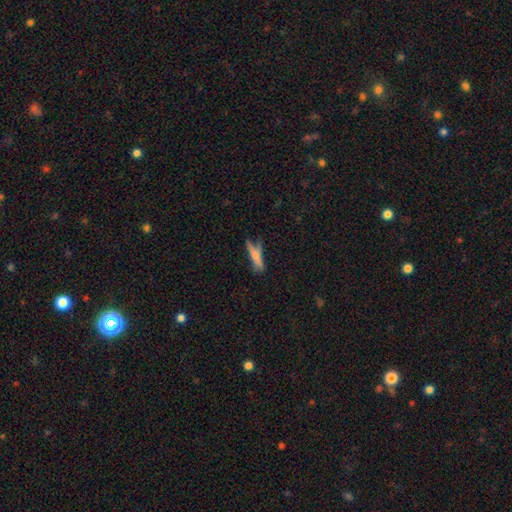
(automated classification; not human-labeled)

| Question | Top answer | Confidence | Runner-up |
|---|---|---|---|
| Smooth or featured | smooth | 64% | featured or disk (26%) |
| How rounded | cigar-shaped | 76% | in between (21%) |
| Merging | none | 46% | minor disturbance (25%) |